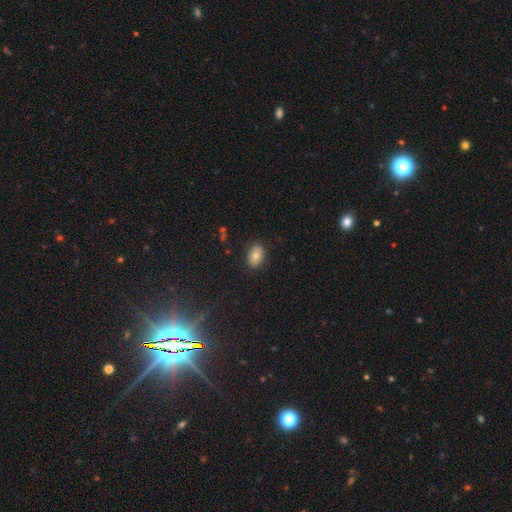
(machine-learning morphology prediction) Overall: smooth (77%). How rounded: in between (79%). Merging: none (86%).